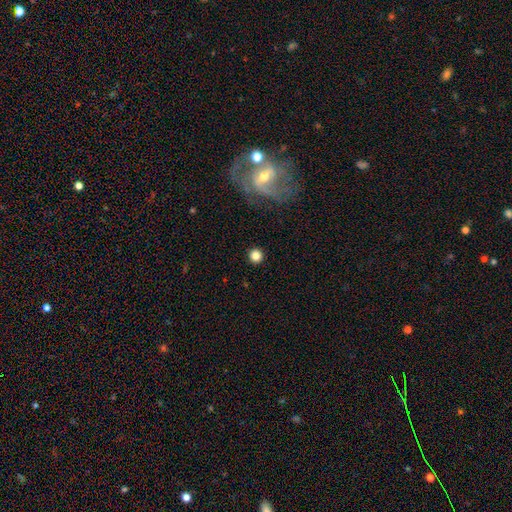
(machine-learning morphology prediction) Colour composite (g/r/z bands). It shows a smooth galaxy with no disk features (82%) that is round (94%). Merging: none (91%).